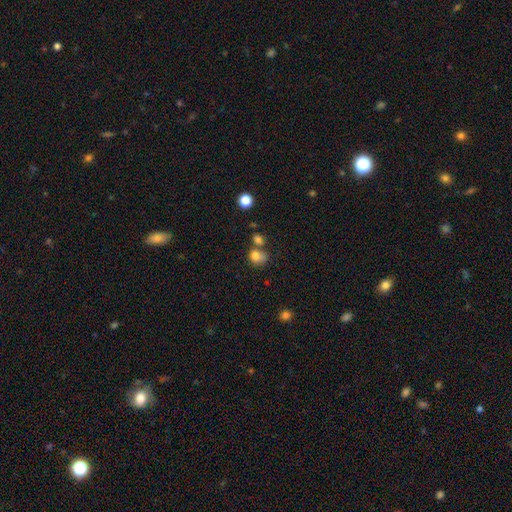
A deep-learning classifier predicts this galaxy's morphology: smooth-or-featured: smooth: 79% | star or artifact: 12% | featured or disk: 9%
  how-rounded: round: 63% | in between: 36% | cigar-shaped: 1%
  merging: none: 41% | merger: 35% | minor disturbance: 16% | major disturbance: 8%